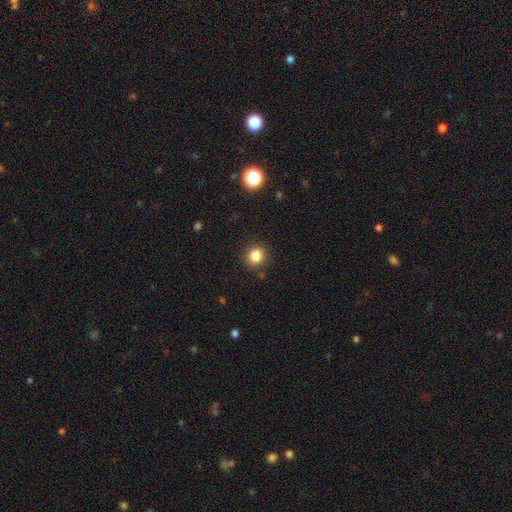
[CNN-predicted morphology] Smooth or featured?
  - smooth: 84% *
  - star or artifact: 12%
  - featured or disk: 5%
How rounded?
  - round: 83% *
  - in between: 16%
  - cigar-shaped: 1%
Merging?
  - none: 89% *
  - minor disturbance: 7%
  - major disturbance: 2%
  - merger: 1%